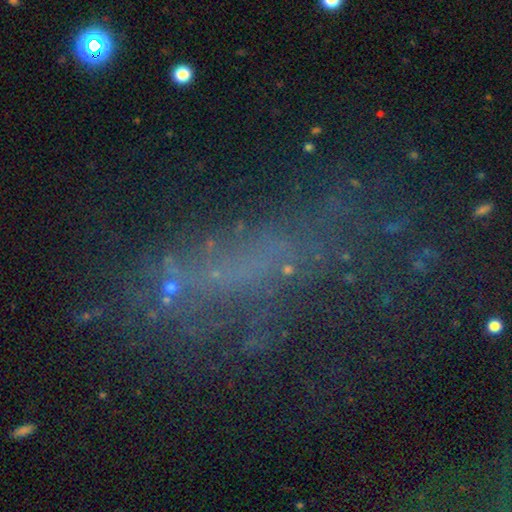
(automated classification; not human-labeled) Smooth or featured?
  - star or artifact: 40% *
  - featured or disk: 30%
  - smooth: 30%